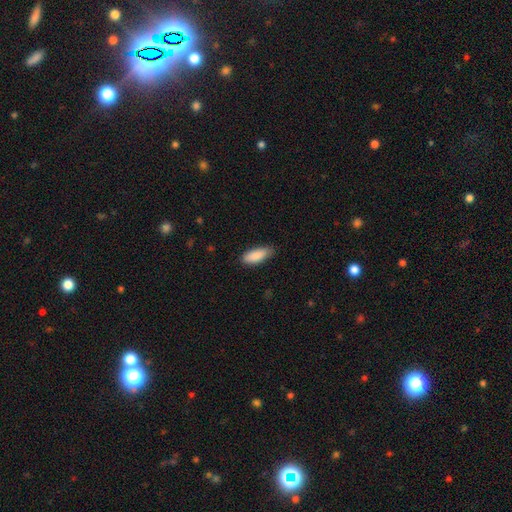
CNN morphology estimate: The model was most divided on "how rounded": in between: 76%, cigar-shaped: 22%, round: 2%. More confident: smooth or featured — smooth (89%); merging — none (80%).